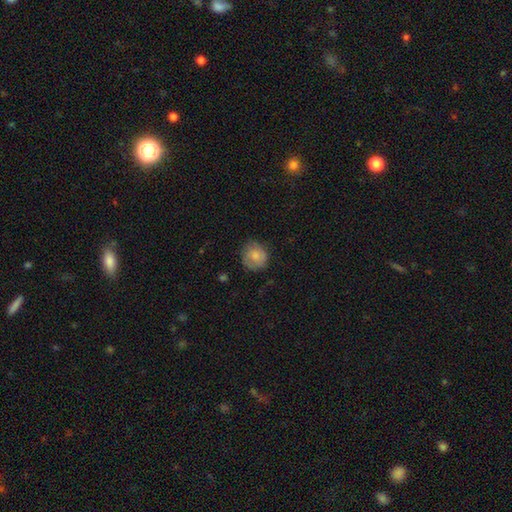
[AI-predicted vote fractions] smooth_or_featured: smooth (p=0.76) [alt: featured or disk p=0.17]
how_rounded: round (p=0.83) [alt: in between p=0.16]
merging: none (p=0.72) [alt: minor disturbance p=0.21]